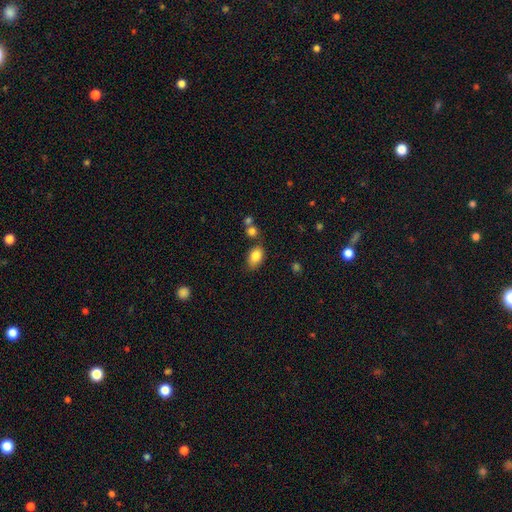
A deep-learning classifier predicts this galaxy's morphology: Overall: smooth (85%). How rounded: in between (86%). Merging: none (68%).